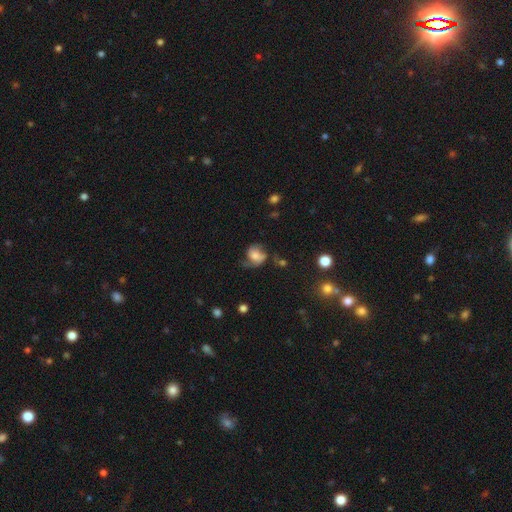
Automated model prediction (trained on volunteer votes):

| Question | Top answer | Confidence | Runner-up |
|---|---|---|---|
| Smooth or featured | smooth | 48% | featured or disk (42%) |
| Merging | none | 45% | minor disturbance (28%) |